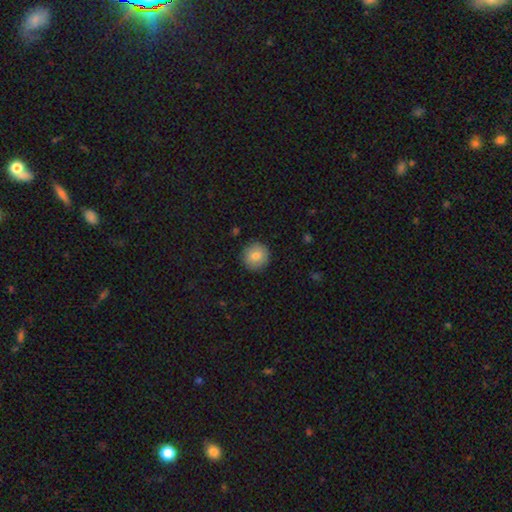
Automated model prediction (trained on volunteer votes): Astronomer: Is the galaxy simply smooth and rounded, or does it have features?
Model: smooth — 82%.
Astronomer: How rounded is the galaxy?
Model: round — 95%.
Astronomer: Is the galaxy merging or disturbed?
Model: none — 91%.